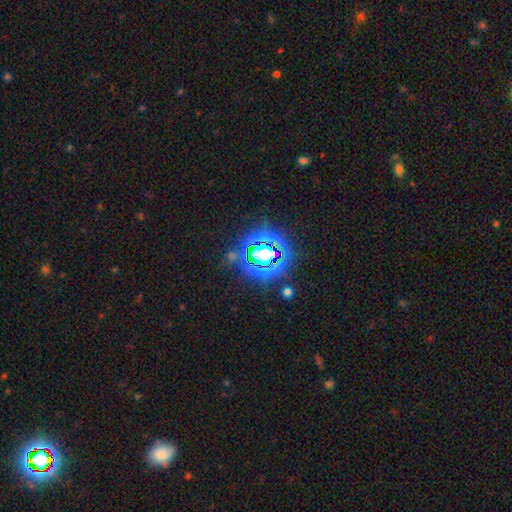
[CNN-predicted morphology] Smooth or featured: star or artifact — 83% (smooth — 11%)